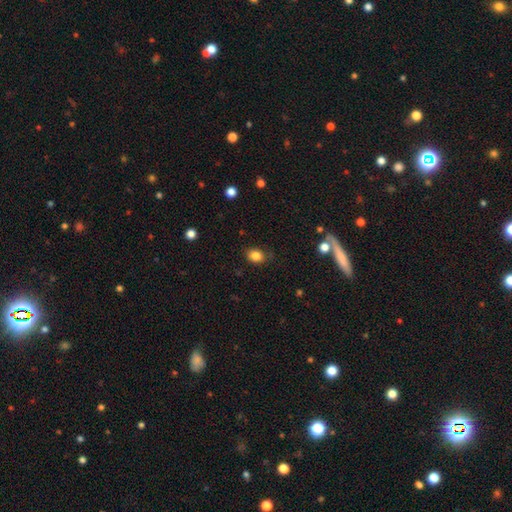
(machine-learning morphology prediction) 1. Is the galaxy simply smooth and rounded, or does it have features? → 84% smooth, 11% star or artifact, 6% featured or disk.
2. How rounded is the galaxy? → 62% in between, 37% round, 1% cigar-shaped.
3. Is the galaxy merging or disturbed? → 79% none, 16% minor disturbance, 4% major disturbance, 1% merger.